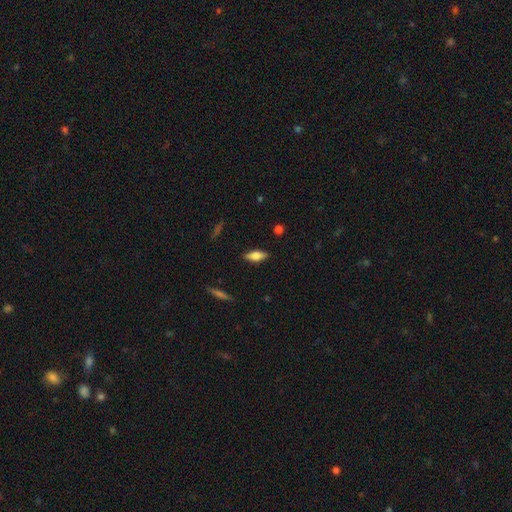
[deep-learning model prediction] Overall: smooth (62%; featured or disk 30%). How rounded: in between (66%; cigar-shaped 31%). Merging: none (85%).